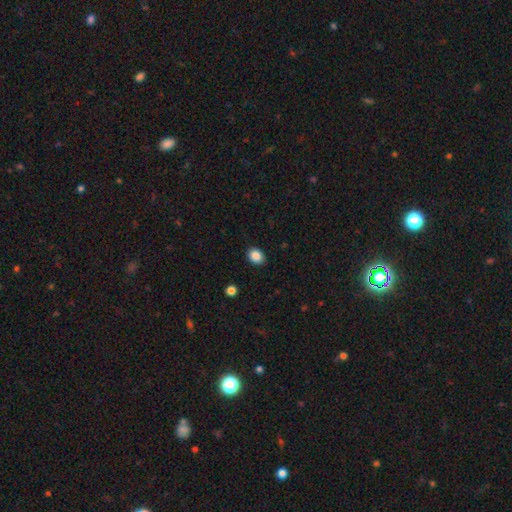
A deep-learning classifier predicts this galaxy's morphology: This appears to be a smooth galaxy with no disk features (87%) that is in between round and cigar-shaped (62%). Merging: none (89%).